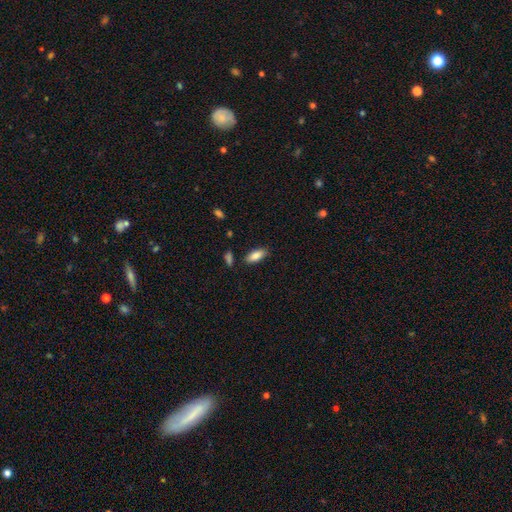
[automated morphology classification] The model was most divided on "how rounded": in between: 83%, cigar-shaped: 16%, round: 2%. More confident: smooth or featured — smooth (86%); merging — none (83%).